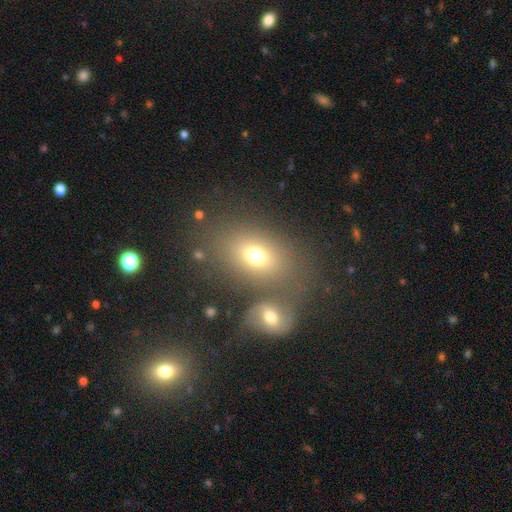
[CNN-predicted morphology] This appears to be a smooth galaxy with no disk features (70%) that is in between round and cigar-shaped (74%). Merging: none (56%).